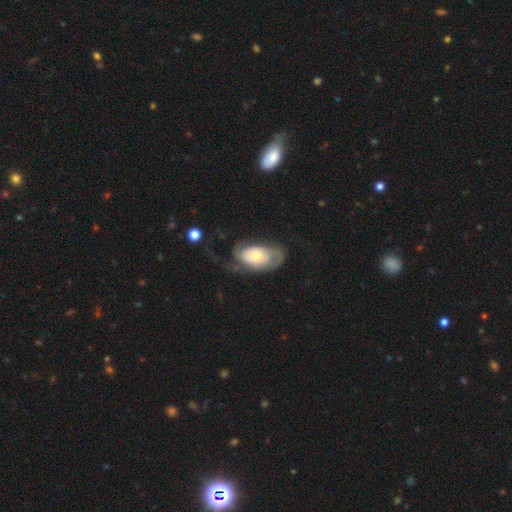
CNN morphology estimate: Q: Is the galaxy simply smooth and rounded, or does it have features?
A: featured or disk — 57%.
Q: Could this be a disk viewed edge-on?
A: no — 93%.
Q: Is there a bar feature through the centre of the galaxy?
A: no — 82%.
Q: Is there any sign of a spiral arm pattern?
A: yes — 70%.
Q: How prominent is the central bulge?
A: moderate — 51%.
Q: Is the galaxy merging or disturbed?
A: none — 40%.